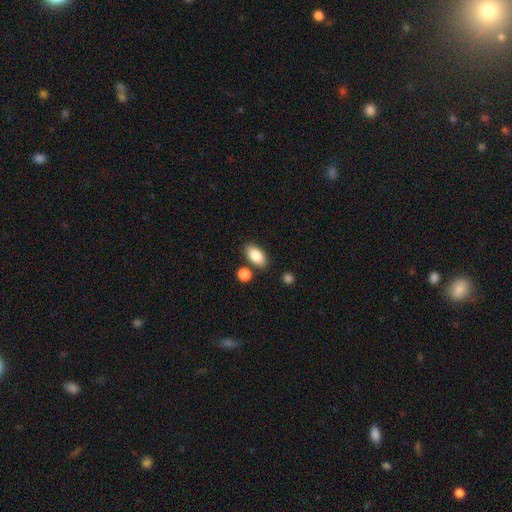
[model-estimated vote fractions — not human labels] Smooth or featured?
  - smooth: 86% *
  - star or artifact: 7%
  - featured or disk: 7%
How rounded?
  - in between: 92% *
  - round: 5%
  - cigar-shaped: 3%
Merging?
  - none: 79% *
  - minor disturbance: 11%
  - merger: 8%
  - major disturbance: 3%